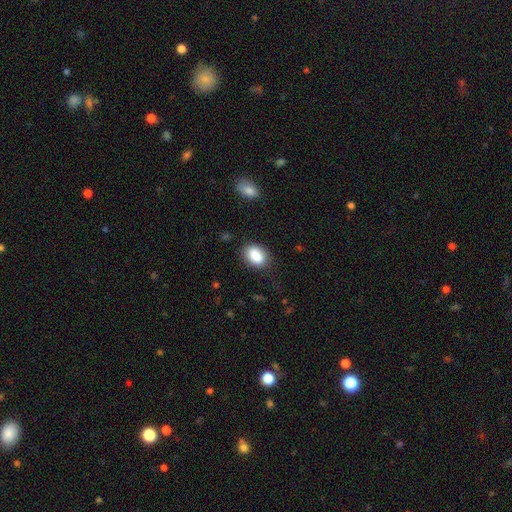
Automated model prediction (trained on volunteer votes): Smooth or featured: smooth — 87% (star or artifact — 7%)
How rounded: in between — 82% (round — 17%)
Merging: none — 79% (minor disturbance — 15%)